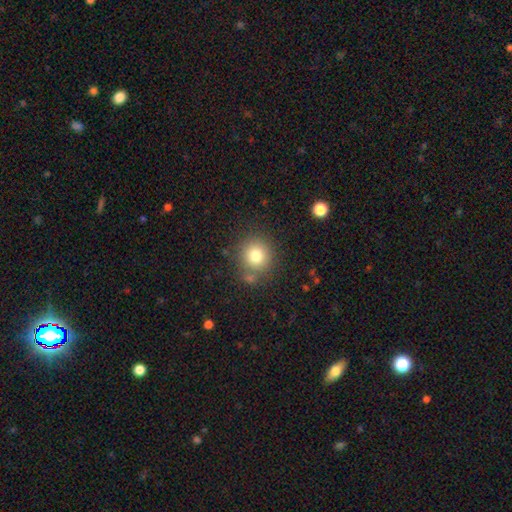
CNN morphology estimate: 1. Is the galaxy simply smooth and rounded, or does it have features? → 78% smooth, 12% star or artifact, 10% featured or disk.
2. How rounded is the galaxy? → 91% round, 9% in between, 1% cigar-shaped.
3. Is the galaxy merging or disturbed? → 78% none, 11% minor disturbance, 7% merger, 4% major disturbance.